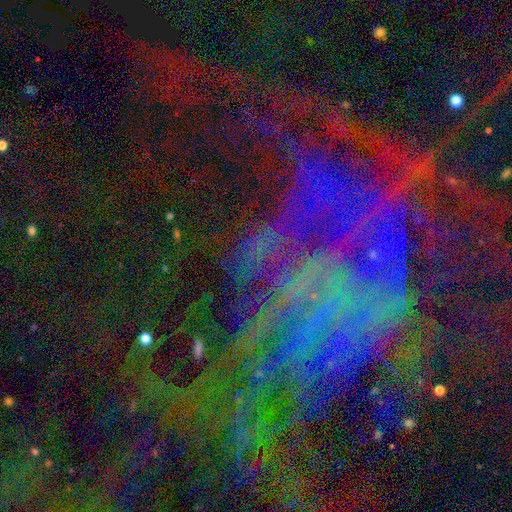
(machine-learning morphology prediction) Overall: star or artifact (62%; featured or disk 25%).